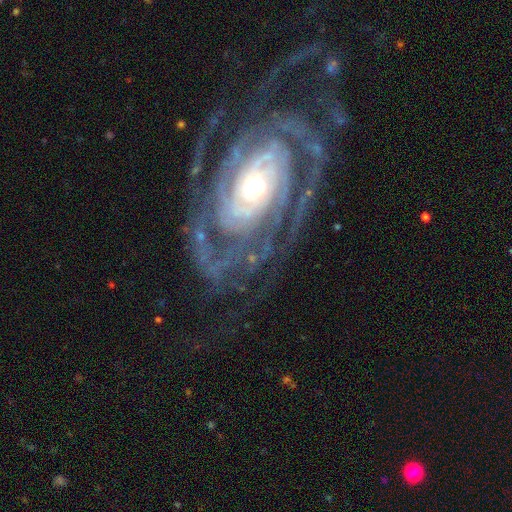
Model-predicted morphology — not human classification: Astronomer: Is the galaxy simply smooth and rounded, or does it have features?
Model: featured or disk — 92%.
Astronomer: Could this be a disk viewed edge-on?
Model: no — 96%.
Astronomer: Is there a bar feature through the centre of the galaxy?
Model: no — 59%.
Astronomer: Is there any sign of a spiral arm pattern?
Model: yes — 98%.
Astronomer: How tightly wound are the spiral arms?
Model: tight — 70%.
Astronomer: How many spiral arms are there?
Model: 2 — 30% (runner-up: 3, 20%).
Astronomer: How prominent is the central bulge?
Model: moderate — 54% (runner-up: small, 34%).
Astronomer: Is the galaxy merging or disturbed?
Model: none — 70%.